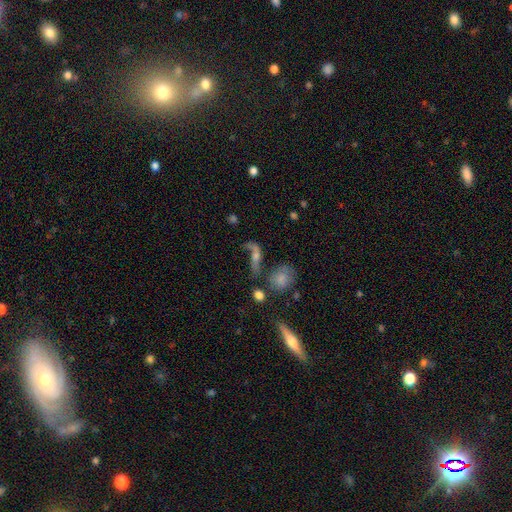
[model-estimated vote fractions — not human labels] A featured or disk galaxy (49%).

Vote fractions:
- Smooth or featured? featured or disk: 49% / smooth: 34% / star or artifact: 17%
- Merging? none: 42% / major disturbance: 23% / minor disturbance: 17% / merger: 17%